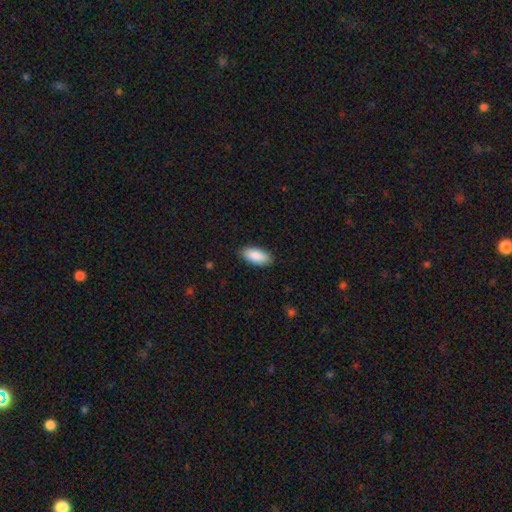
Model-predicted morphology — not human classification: smooth 90%, star or artifact 6%, featured or disk 4%. Down the decision tree: how rounded — in between (91%); merging — none (87%).